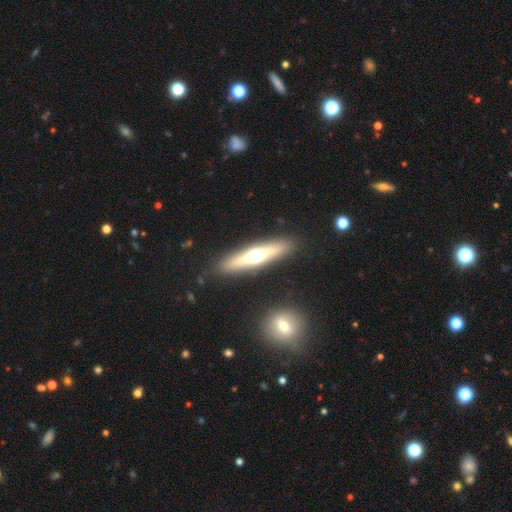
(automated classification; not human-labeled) Q: Smooth or featured?
A: featured or disk (56%); runner-up: smooth (38%)
Q: Edge-on disk?
A: yes (90%); runner-up: no (10%)
Q: Edge-on bulge?
A: rounded (93%); runner-up: none (4%)
Q: Merging?
A: none (89%); runner-up: minor disturbance (7%)